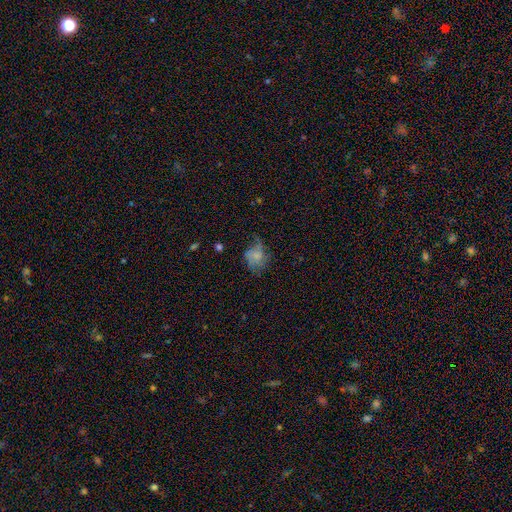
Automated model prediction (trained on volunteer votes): Overall: smooth (55%; featured or disk 33%). How rounded: in between (52%; round 47%). Merging: none (39%; major disturbance 30%).